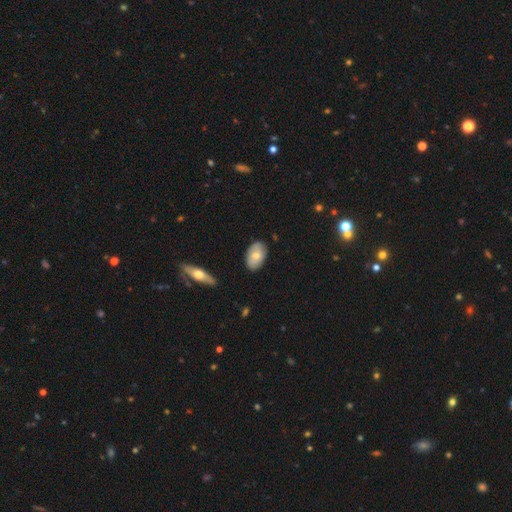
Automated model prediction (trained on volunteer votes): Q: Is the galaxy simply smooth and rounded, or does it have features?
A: smooth — 66%.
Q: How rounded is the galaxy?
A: in between — 92%.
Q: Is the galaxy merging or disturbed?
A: none — 82%.